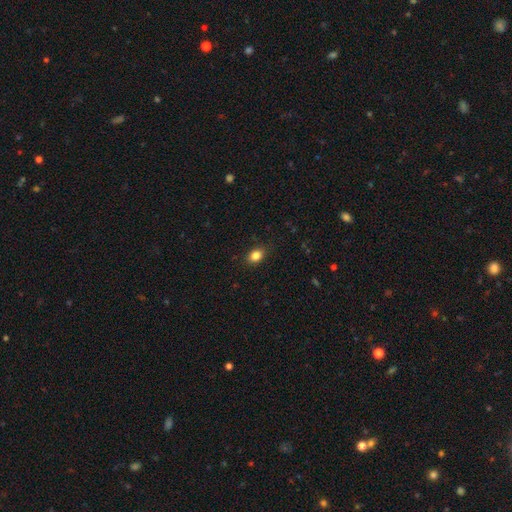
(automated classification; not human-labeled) A smooth galaxy with no disk features (85%) that is in between round and cigar-shaped (69%).

Vote fractions:
- Smooth or featured? smooth: 85% / star or artifact: 10% / featured or disk: 5%
- How rounded? in between: 69% / round: 30% / cigar-shaped: 1%
- Merging? none: 86% / minor disturbance: 10% / major disturbance: 2% / merger: 1%